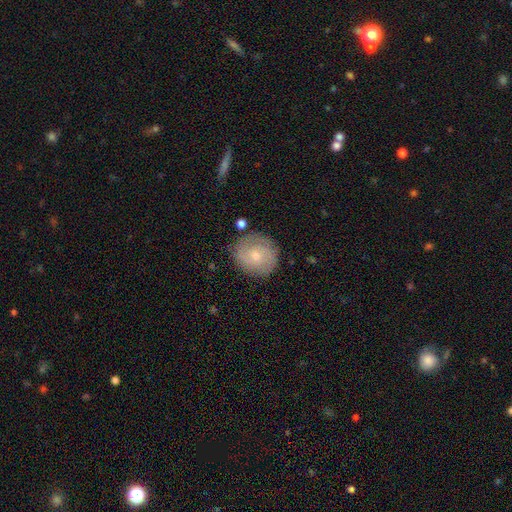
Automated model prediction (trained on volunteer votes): This is possibly a featured or disk galaxy (59%). It is clearly not viewed edge-on (97%). Bar: likely no (66%). Spiral arm pattern: clearly yes (85%). Central bulge: possibly small (57%). Merging: clearly none (81%).